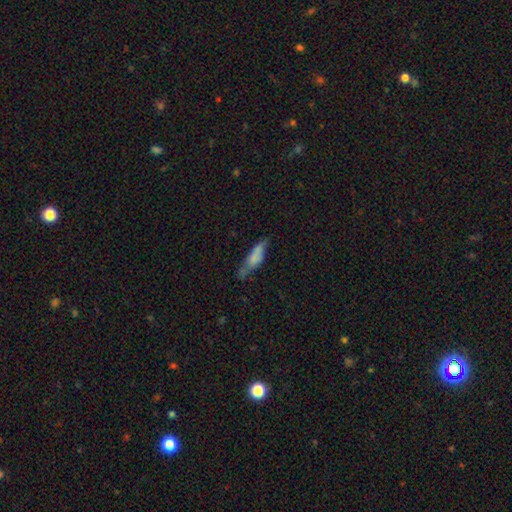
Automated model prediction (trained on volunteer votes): This appears to be a smooth galaxy with no disk features (66%) that is cigar-shaped (54%). Merging: none (45%).